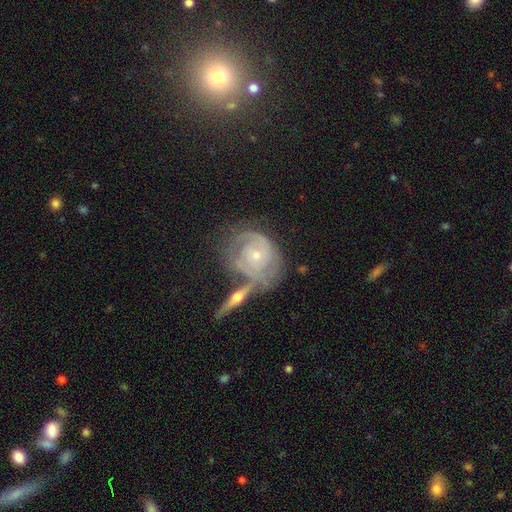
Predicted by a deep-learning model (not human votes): Smooth or featured? Predicted: featured or disk (p=0.79). Edge-on disk? Predicted: no (p=0.92). Bar? Predicted: no (p=0.79). Spiral arms? Predicted: yes (p=0.83). Spiral winding? Predicted: tight (p=0.66). Spiral arm count? Predicted: can't tell (p=0.38). Bulge size? Predicted: small (p=0.71). Merging? Predicted: none (p=0.42).